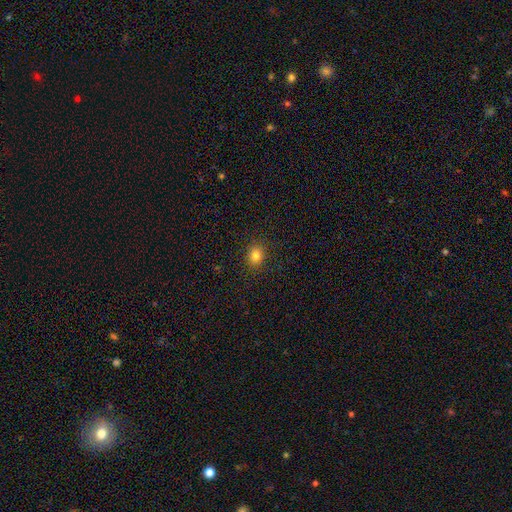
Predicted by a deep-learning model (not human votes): This appears to be a smooth galaxy with no disk features (81%) that is round (69%). Merging: none (89%).